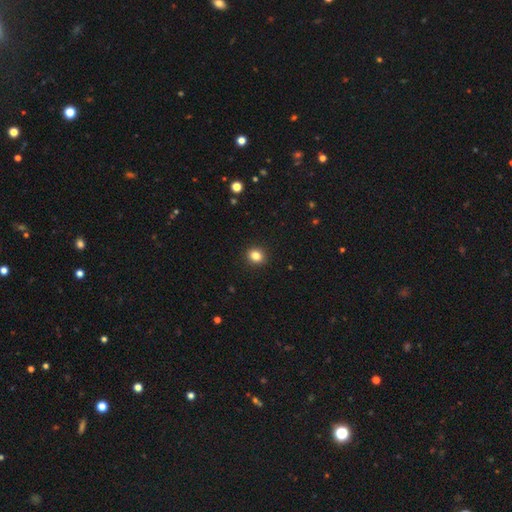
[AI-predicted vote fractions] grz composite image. It shows a smooth galaxy with no disk features (84%) that is round (74%). Merging: none (92%).